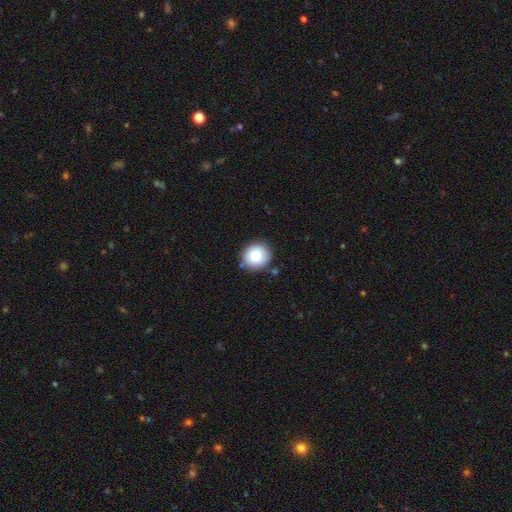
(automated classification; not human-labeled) Morphology: type=smooth (82%); roundness=round (88%); merging=none (84%).